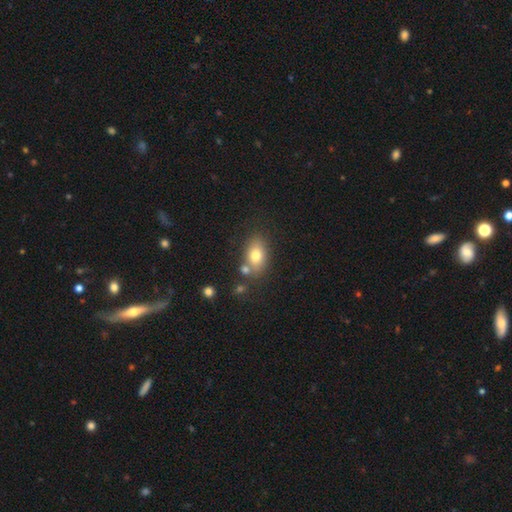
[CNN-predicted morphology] Smooth or featured? smooth (75%)
How rounded? in between (79%)
Merging? none (65%)